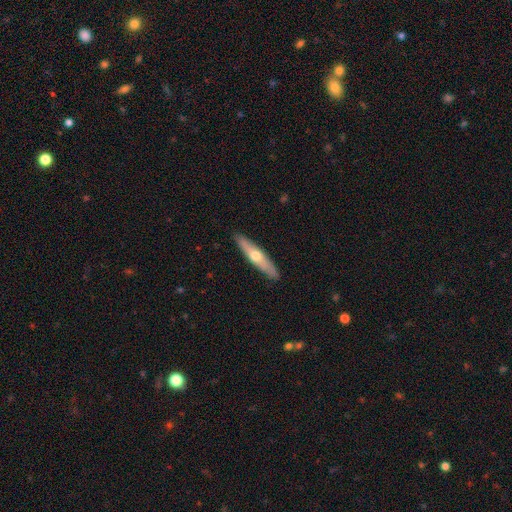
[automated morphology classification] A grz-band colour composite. It shows a featured or disk galaxy (48%). Merging: none (90%).